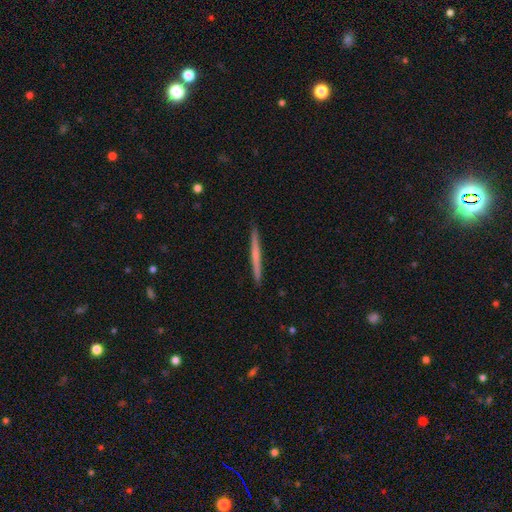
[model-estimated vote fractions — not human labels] Morphology: type=featured or disk (49%); merging=none (92%).